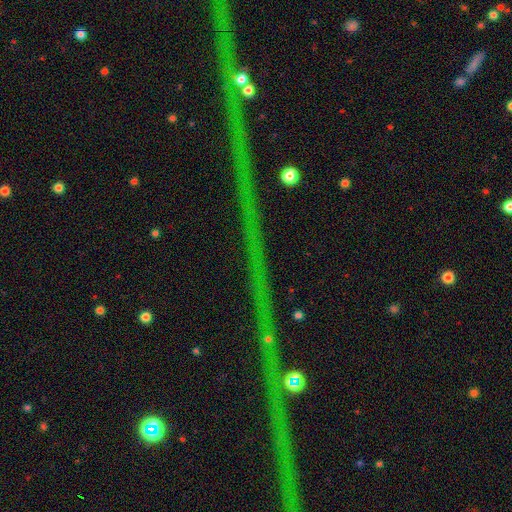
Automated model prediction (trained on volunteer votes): star or artifact 74%, featured or disk 17%, smooth 8%.